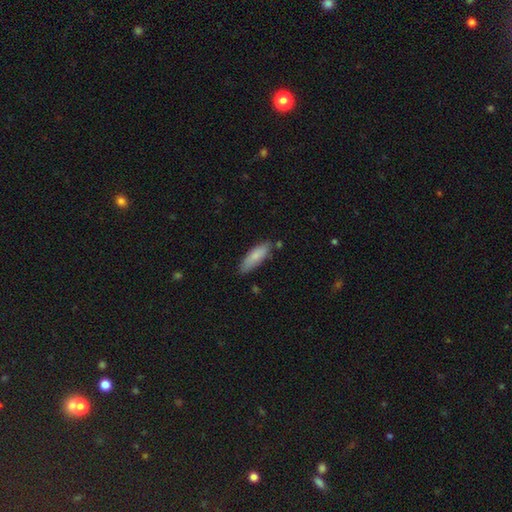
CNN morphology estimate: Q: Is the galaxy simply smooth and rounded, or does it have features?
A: smooth — 82%.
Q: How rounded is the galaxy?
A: in between — 50%.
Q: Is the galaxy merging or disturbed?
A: none — 77%.